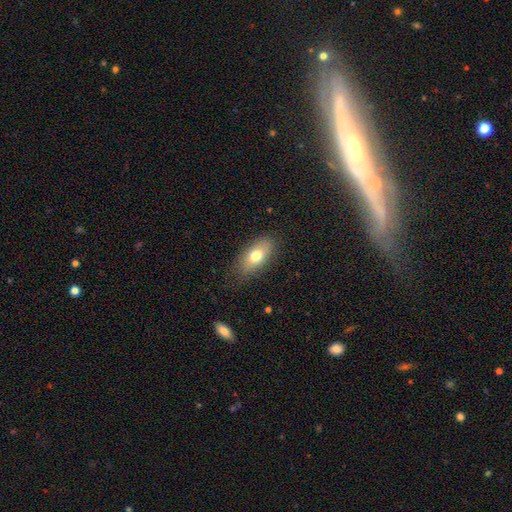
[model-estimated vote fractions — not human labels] smooth-or-featured: smooth: 72% | featured or disk: 20% | star or artifact: 8%
  how-rounded: in between: 86% | cigar-shaped: 7% | round: 7%
  merging: none: 77% | minor disturbance: 17% | major disturbance: 5% | merger: 1%